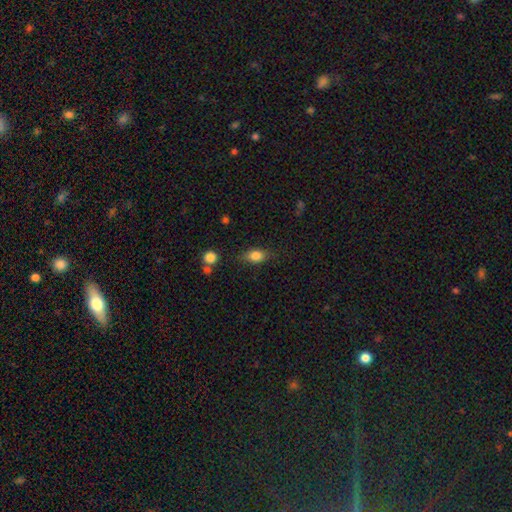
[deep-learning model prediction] A smooth galaxy with no disk features (80%) that is in between round and cigar-shaped (77%).

Vote fractions:
- Smooth or featured? smooth: 80% / featured or disk: 11% / star or artifact: 9%
- How rounded? in between: 77% / round: 16% / cigar-shaped: 7%
- Merging? none: 76% / minor disturbance: 17% / major disturbance: 4% / merger: 3%